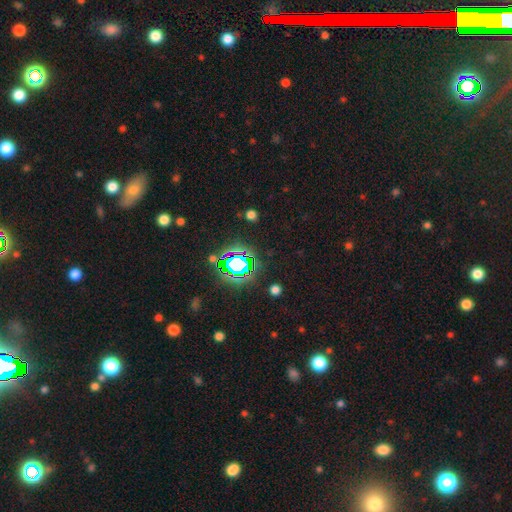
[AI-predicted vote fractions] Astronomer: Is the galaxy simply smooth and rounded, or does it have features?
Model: star or artifact — 80%.